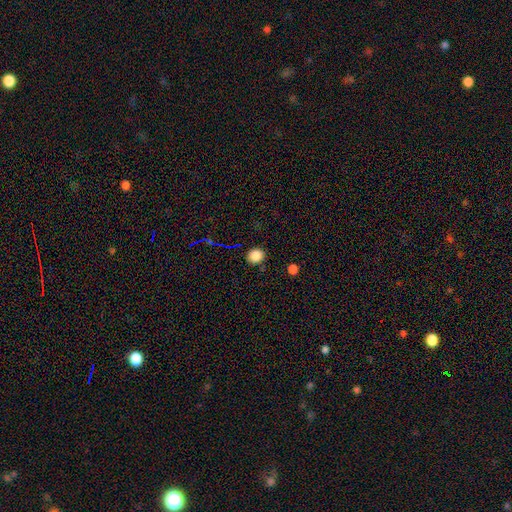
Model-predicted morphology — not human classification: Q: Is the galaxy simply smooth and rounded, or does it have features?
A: smooth — 84%.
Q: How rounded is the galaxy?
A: round — 82%.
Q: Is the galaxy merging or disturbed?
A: none — 86%.